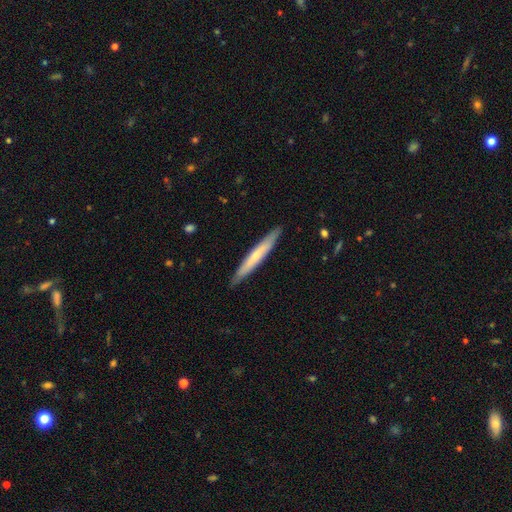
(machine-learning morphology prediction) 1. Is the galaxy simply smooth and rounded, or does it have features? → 56% smooth, 39% featured or disk, 5% star or artifact.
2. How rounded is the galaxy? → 95% cigar-shaped, 3% in between, 1% round.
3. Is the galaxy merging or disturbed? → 90% none, 8% minor disturbance, 1% major disturbance, 1% merger.